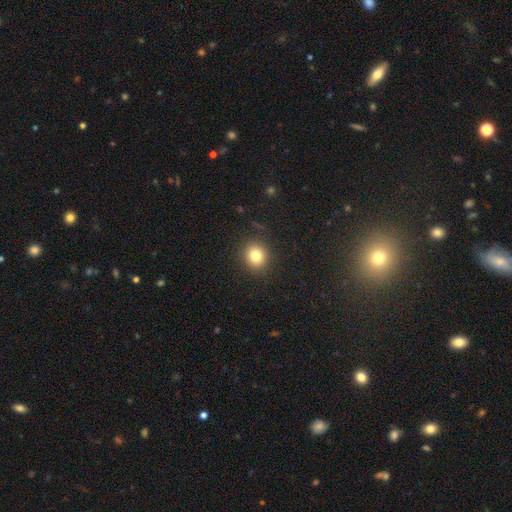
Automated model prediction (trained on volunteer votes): A smooth galaxy with no disk features (80%) that is round (82%).

Vote fractions:
- Smooth or featured? smooth: 80% / star or artifact: 12% / featured or disk: 8%
- How rounded? round: 82% / in between: 17% / cigar-shaped: 1%
- Merging? none: 89% / minor disturbance: 7% / major disturbance: 3% / merger: 1%